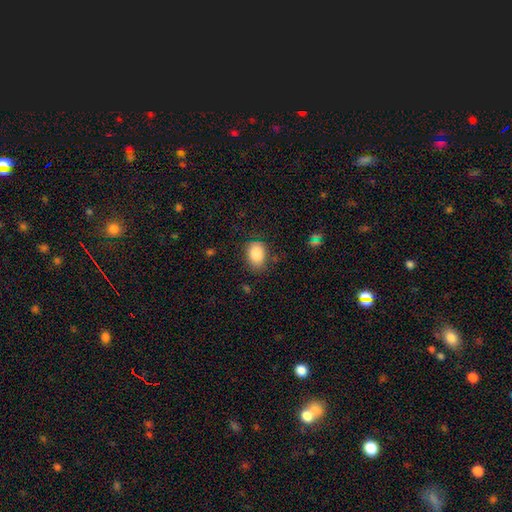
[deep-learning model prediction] Smooth or featured? Predicted: smooth (p=0.85). How rounded? Predicted: in between (p=0.77). Merging? Predicted: none (p=0.76).